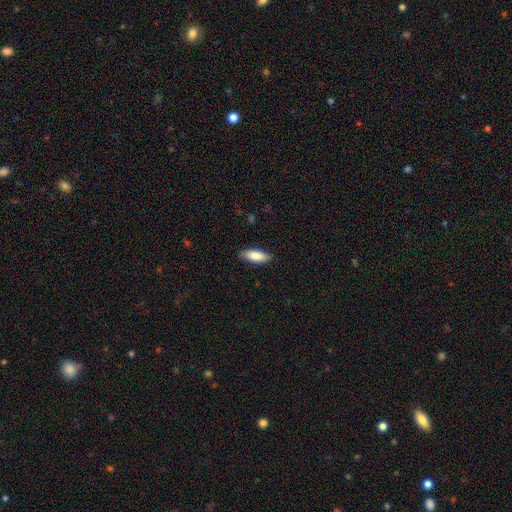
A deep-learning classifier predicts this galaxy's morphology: This appears to be a smooth galaxy with no disk features (85%) that is in between round and cigar-shaped (72%). Merging: none (85%).